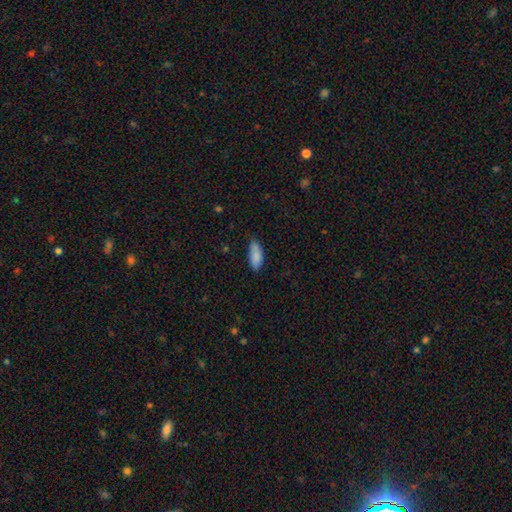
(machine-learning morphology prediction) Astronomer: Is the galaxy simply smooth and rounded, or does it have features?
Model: smooth — 86%.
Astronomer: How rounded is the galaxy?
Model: in between — 83%.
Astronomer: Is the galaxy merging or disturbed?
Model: none — 69%.